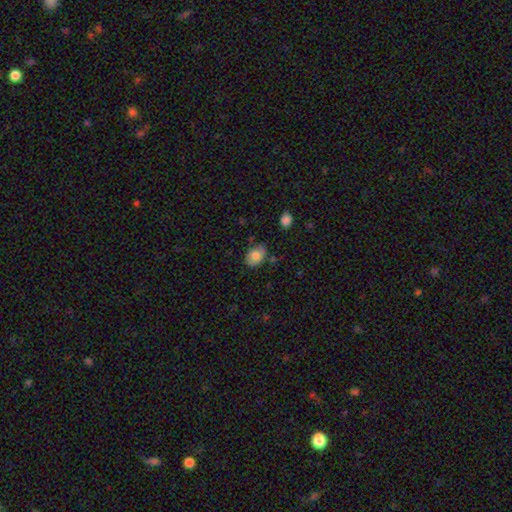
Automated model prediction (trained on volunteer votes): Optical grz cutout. It shows a smooth galaxy with no disk features (73%) that is in between round and cigar-shaped (76%). Merging: none (75%).